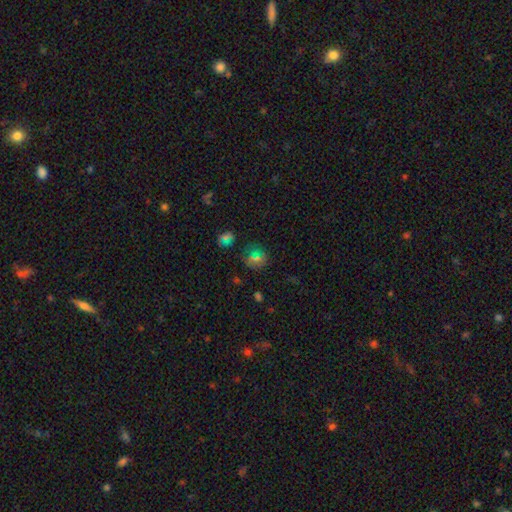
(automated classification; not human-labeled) Smooth or featured?
  - smooth: 61% *
  - star or artifact: 24%
  - featured or disk: 15%
How rounded?
  - round: 85% *
  - in between: 14%
  - cigar-shaped: 1%
Merging?
  - none: 80% *
  - minor disturbance: 12%
  - major disturbance: 4%
  - merger: 4%